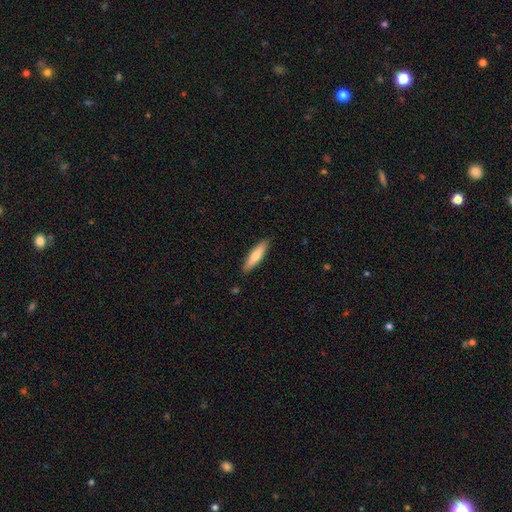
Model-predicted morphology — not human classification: A smooth galaxy with no disk features (67%) that is cigar-shaped (75%). Merging: none (89%).